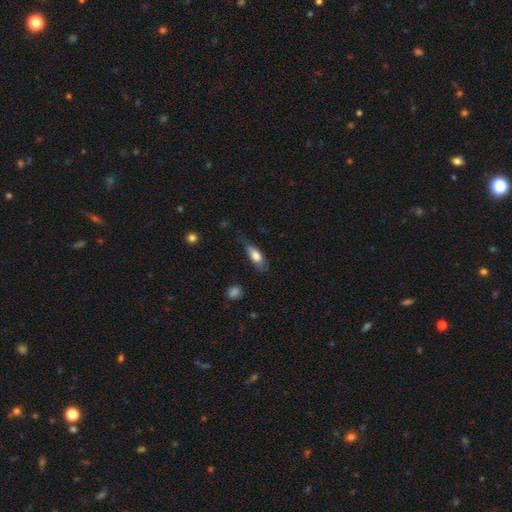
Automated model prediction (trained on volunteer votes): smooth_or_featured: smooth (p=0.70) [alt: featured or disk p=0.23]
how_rounded: in between (p=0.77) [alt: cigar-shaped p=0.19]
merging: none (p=0.46) [alt: minor disturbance p=0.34]